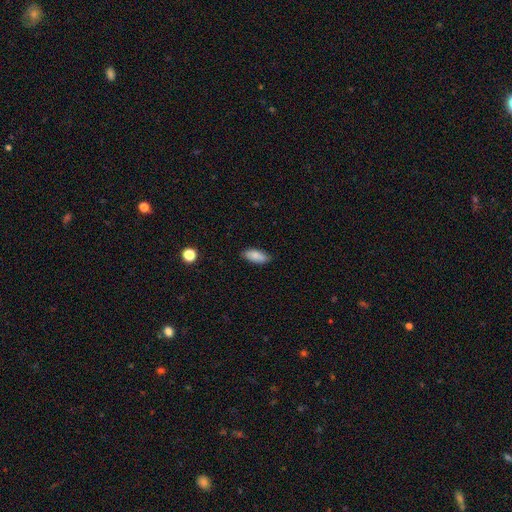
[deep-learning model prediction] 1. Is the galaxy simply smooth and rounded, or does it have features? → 84% smooth, 10% featured or disk, 7% star or artifact.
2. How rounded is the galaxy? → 86% in between, 11% cigar-shaped, 2% round.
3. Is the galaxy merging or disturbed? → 82% none, 14% minor disturbance, 2% major disturbance, 1% merger.